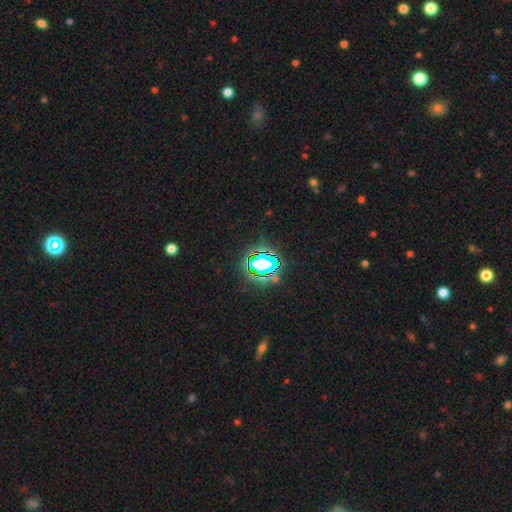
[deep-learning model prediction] This appears to be a star or artifact, not a galaxy (76%).